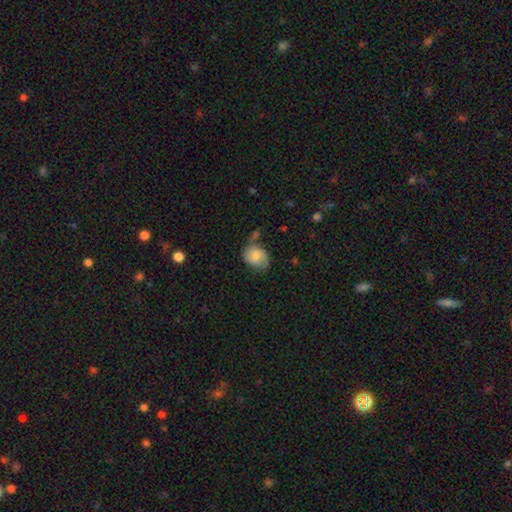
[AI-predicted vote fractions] A smooth galaxy with no disk features (60%) that is in between round and cigar-shaped (50%).

Vote fractions:
- Smooth or featured? smooth: 60% / featured or disk: 32% / star or artifact: 8%
- How rounded? in between: 50% / round: 49% / cigar-shaped: 1%
- Merging? none: 51% / minor disturbance: 29% / major disturbance: 11% / merger: 8%